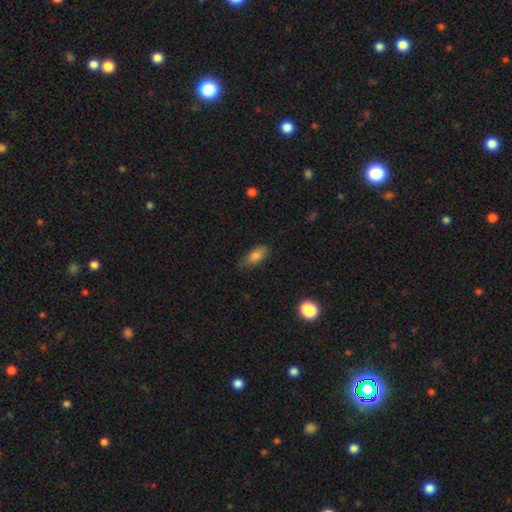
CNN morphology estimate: Q: Smooth or featured?
A: smooth (82%); runner-up: featured or disk (10%)
Q: How rounded?
A: in between (87%); runner-up: cigar-shaped (9%)
Q: Merging?
A: none (74%); runner-up: minor disturbance (21%)